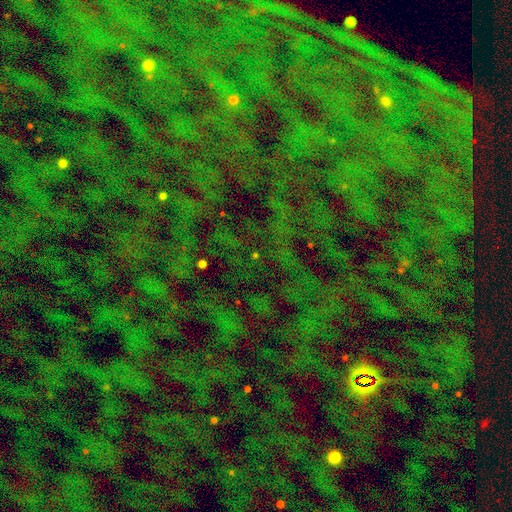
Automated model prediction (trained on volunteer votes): The model was most divided on "smooth or featured": star or artifact: 77%, smooth: 15%, featured or disk: 8%.